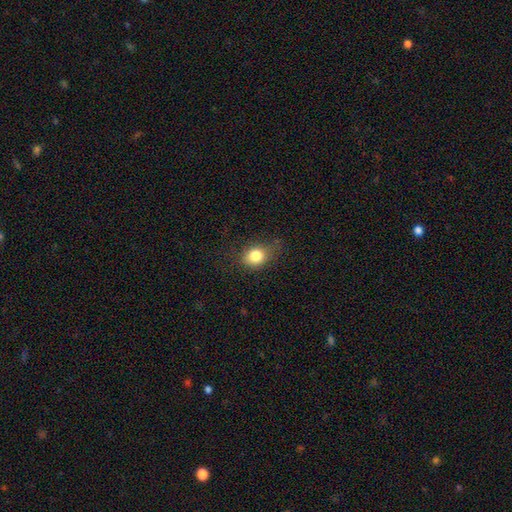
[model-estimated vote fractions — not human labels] The model was most divided on "how rounded": round: 50%, in between: 49%, cigar-shaped: 1%. More confident: smooth or featured — smooth (82%); merging — none (68%).